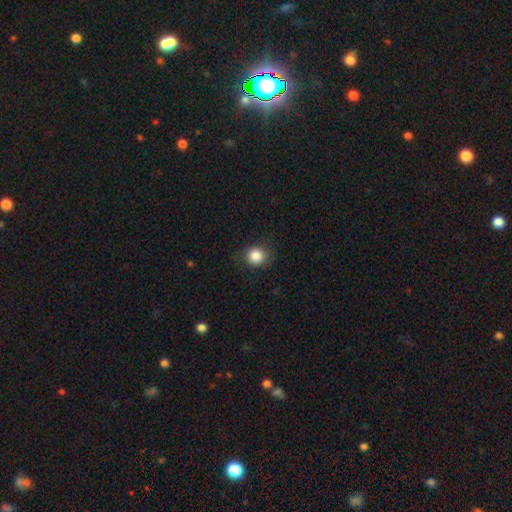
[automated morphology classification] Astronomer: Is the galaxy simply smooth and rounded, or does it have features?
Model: smooth — 86%.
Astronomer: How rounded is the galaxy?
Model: round — 78%.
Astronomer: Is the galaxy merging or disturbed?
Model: none — 83%.